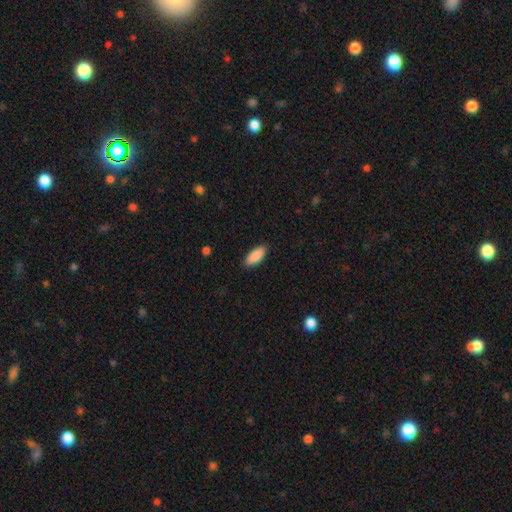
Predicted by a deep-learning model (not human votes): Smooth or featured: smooth — 90% (star or artifact — 6%)
How rounded: in between — 88% (cigar-shaped — 11%)
Merging: none — 88% (minor disturbance — 9%)